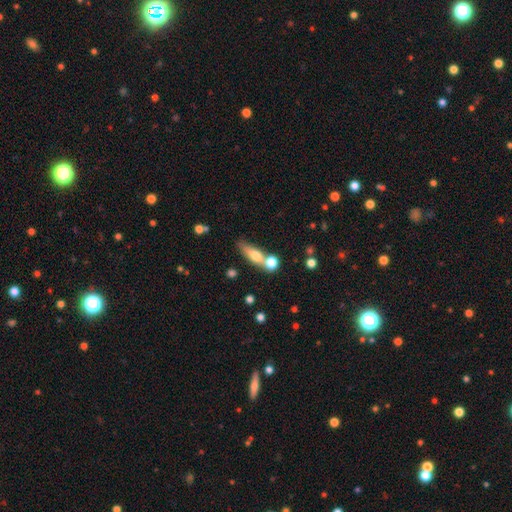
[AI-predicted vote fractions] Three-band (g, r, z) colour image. It shows a smooth galaxy with no disk features (66%) that is in between round and cigar-shaped (45%). Merging: none (44%).